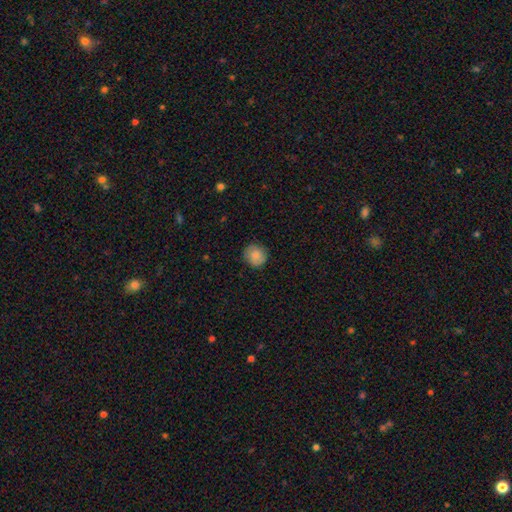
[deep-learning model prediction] smooth_or_featured: smooth (p=0.85) [alt: featured or disk p=0.08]
how_rounded: round (p=0.89) [alt: in between p=0.10]
merging: none (p=0.85) [alt: minor disturbance p=0.12]